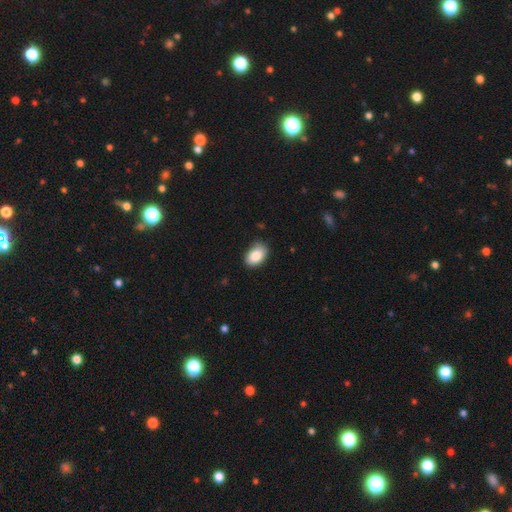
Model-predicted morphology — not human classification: Overall: smooth (87%). How rounded: in between (87%). Merging: none (77%).